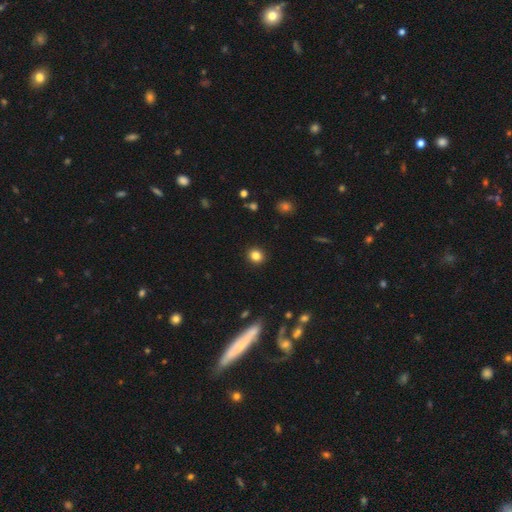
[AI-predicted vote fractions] Q: Smooth or featured?
A: smooth (83%); runner-up: star or artifact (12%)
Q: How rounded?
A: round (83%); runner-up: in between (16%)
Q: Merging?
A: none (92%); runner-up: minor disturbance (5%)